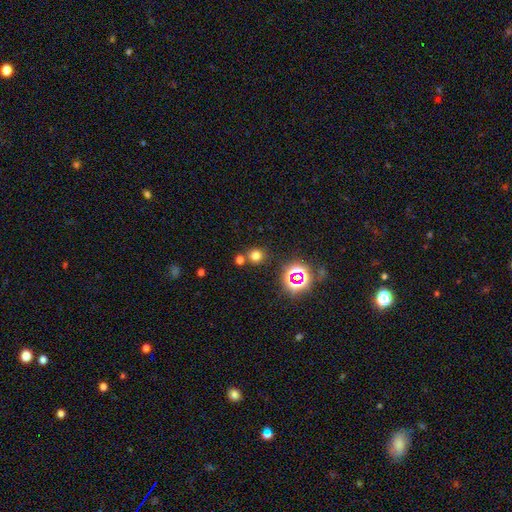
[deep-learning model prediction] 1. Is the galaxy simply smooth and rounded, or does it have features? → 69% smooth, 24% star or artifact, 7% featured or disk.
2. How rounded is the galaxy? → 88% round, 11% in between, 1% cigar-shaped.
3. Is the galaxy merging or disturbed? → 76% none, 13% merger, 8% minor disturbance, 3% major disturbance.